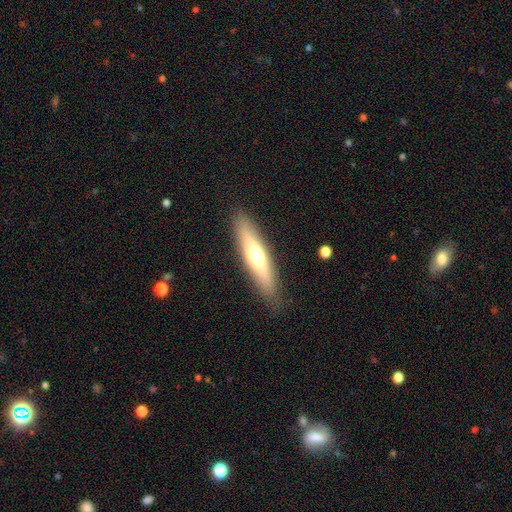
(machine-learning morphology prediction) A smooth galaxy with no disk features (50%) that is cigar-shaped (79%).

Vote fractions:
- Smooth or featured? smooth: 50% / featured or disk: 44% / star or artifact: 6%
- How rounded? cigar-shaped: 79% / in between: 20% / round: 2%
- Merging? none: 88% / minor disturbance: 9% / major disturbance: 2% / merger: 1%